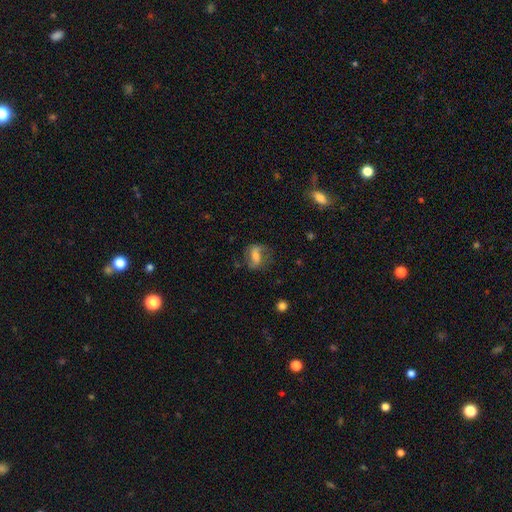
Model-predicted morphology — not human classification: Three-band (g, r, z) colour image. It shows a featured or disk galaxy (54%) with a weak bar (39%), spiral arms (82%) and a moderate central bulge (49%). Merging: none (63%).